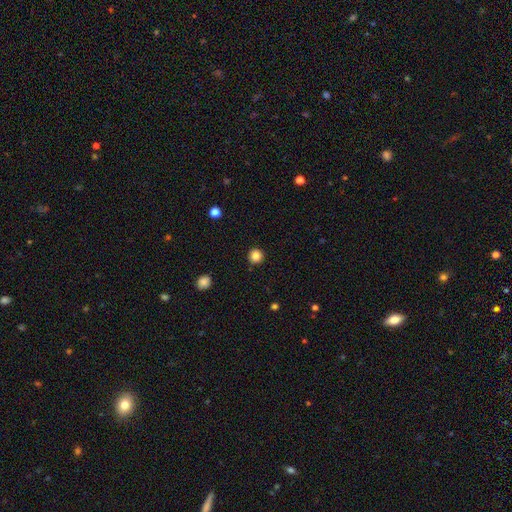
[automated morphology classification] smooth 85%, star or artifact 11%, featured or disk 4%. Down the decision tree: how rounded — round (96%); merging — none (93%).